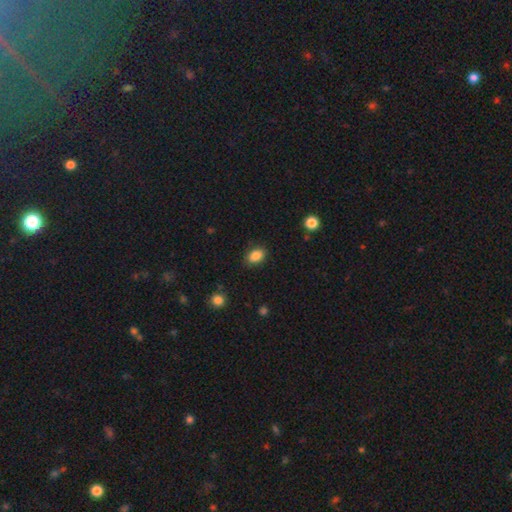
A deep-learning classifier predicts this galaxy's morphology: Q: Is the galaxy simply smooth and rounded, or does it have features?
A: smooth — 86%.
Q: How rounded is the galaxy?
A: in between — 84%.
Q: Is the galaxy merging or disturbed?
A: none — 87%.